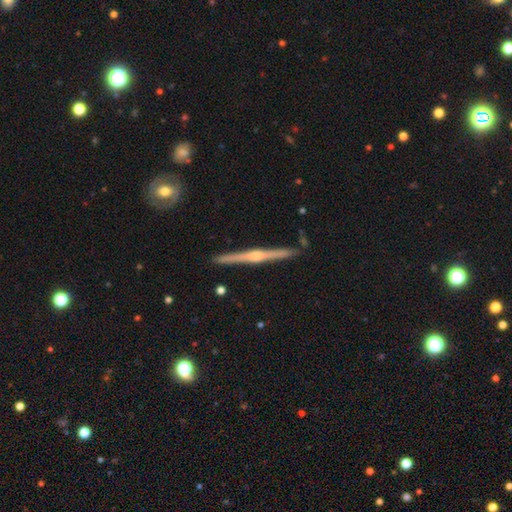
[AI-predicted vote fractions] Smooth or featured?
  - featured or disk: 85% *
  - smooth: 10%
  - star or artifact: 5%
Edge-on disk?
  - yes: 99% *
  - no: 1%
Edge-on bulge?
  - rounded: 82% *
  - none: 10%
  - boxy: 7%
Merging?
  - none: 91% *
  - minor disturbance: 6%
  - merger: 1%
  - major disturbance: 1%